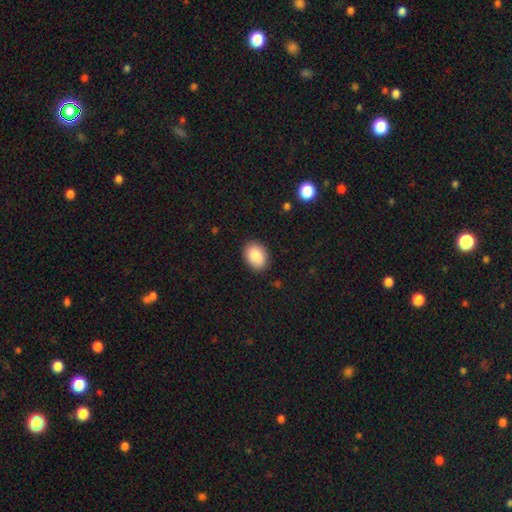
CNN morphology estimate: A smooth galaxy with no disk features (88%) that is in between round and cigar-shaped (73%). Merging: none (88%).